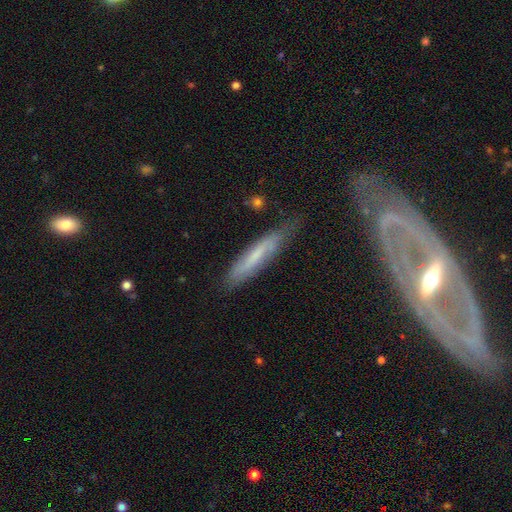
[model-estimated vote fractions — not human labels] Smooth or featured: smooth — 50% (featured or disk — 43%)
Merging: none — 69% (minor disturbance — 22%)